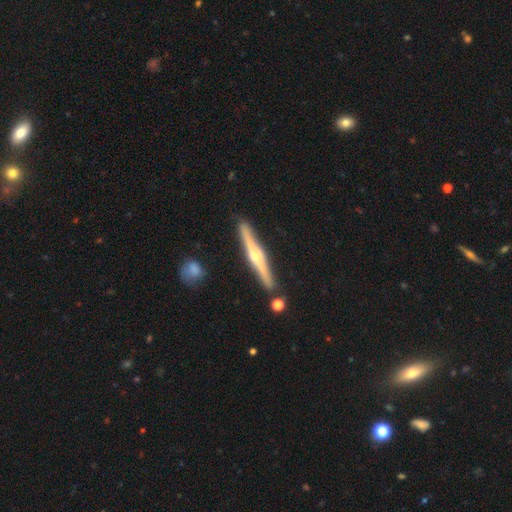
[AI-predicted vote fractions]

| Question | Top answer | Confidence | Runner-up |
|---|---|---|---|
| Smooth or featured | featured or disk | 76% | smooth (18%) |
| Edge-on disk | yes | 97% | no (3%) |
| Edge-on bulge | rounded | 90% | none (6%) |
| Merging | none | 88% | minor disturbance (8%) |